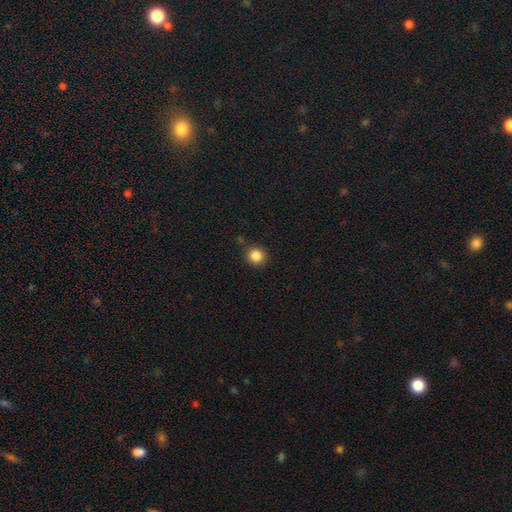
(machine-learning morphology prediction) The model was most divided on "smooth or featured": smooth: 86%, star or artifact: 11%, featured or disk: 4%. More confident: how rounded — round (90%); merging — none (87%).